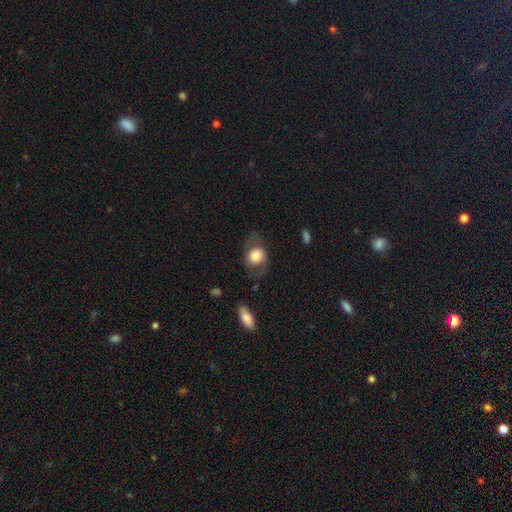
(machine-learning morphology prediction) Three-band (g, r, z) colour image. It shows a smooth galaxy with no disk features (54%) that is in between round and cigar-shaped (50%). Merging: none (65%).